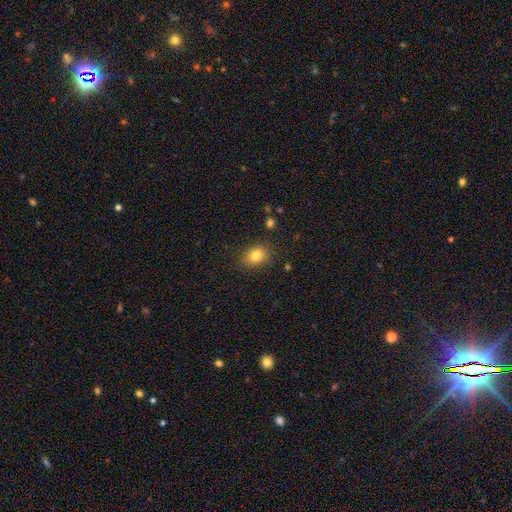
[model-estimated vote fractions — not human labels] smooth-or-featured: smooth: 82% | star or artifact: 10% | featured or disk: 8%
  how-rounded: in between: 67% | round: 31% | cigar-shaped: 1%
  merging: none: 83% | minor disturbance: 12% | major disturbance: 3% | merger: 2%